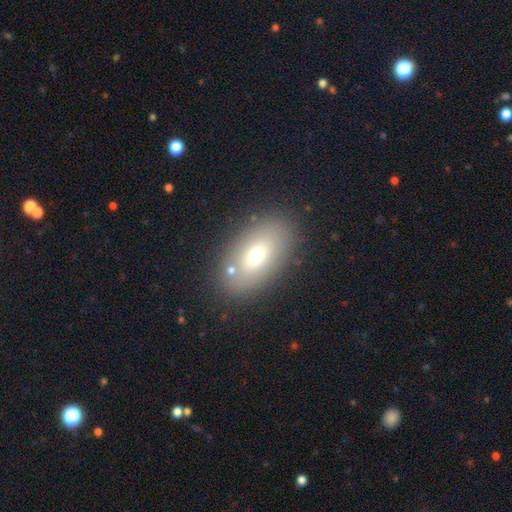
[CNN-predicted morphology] A smooth galaxy with no disk features (72%) that is in between round and cigar-shaped (91%). Merging: none (80%).